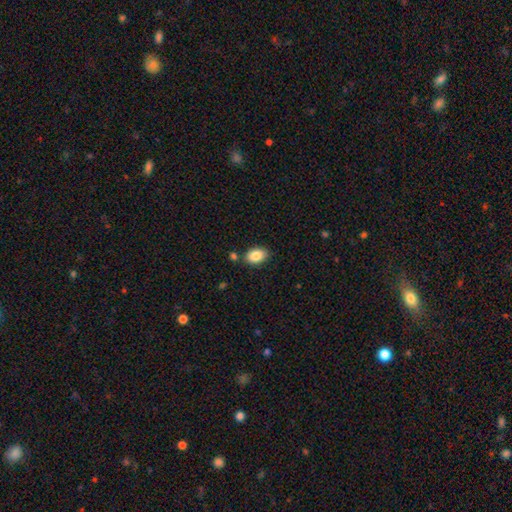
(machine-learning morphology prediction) Smooth or featured: smooth — 87% (star or artifact — 7%)
How rounded: in between — 86% (round — 13%)
Merging: none — 80% (minor disturbance — 12%)